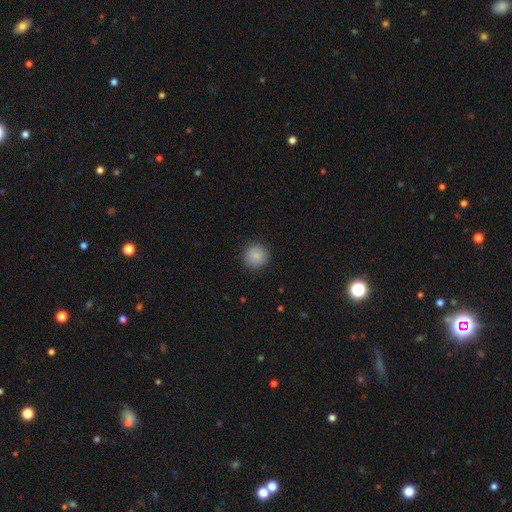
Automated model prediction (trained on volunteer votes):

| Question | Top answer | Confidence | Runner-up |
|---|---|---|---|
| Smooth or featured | smooth | 87% | star or artifact (8%) |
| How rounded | round | 93% | in between (6%) |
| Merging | none | 89% | minor disturbance (8%) |